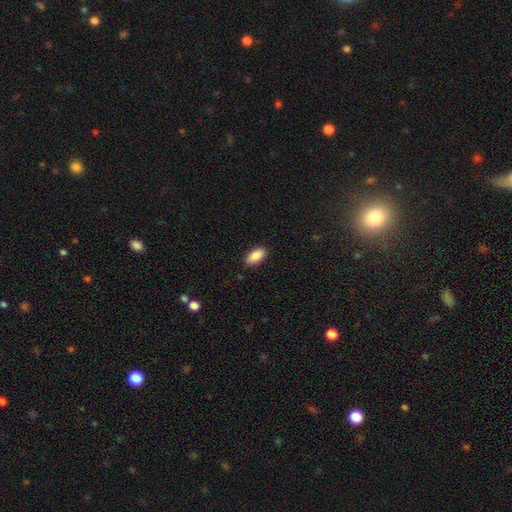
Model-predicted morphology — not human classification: Smooth or featured? smooth (90%)
How rounded? in between (91%)
Merging? none (88%)